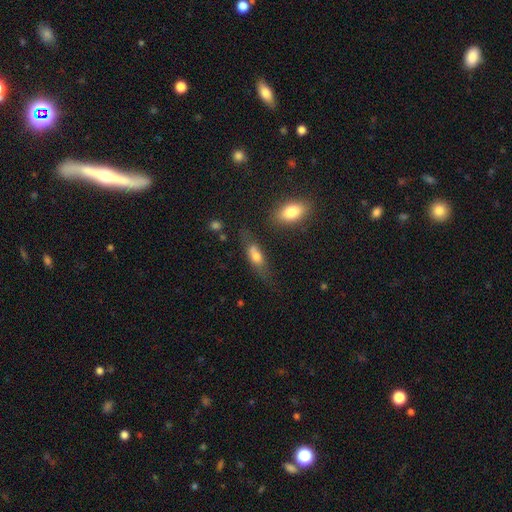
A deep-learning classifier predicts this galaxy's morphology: smooth_or_featured: smooth (p=0.62) [alt: featured or disk p=0.28]
how_rounded: in between (p=0.57) [alt: cigar-shaped p=0.38]
merging: none (p=0.53) [alt: minor disturbance p=0.24]